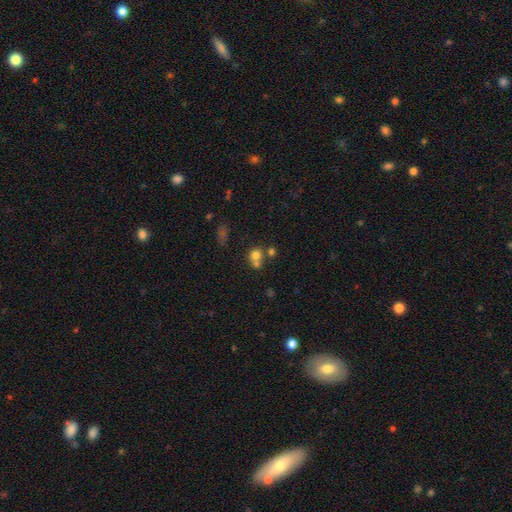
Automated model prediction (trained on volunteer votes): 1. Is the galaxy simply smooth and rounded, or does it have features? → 72% smooth, 15% star or artifact, 13% featured or disk.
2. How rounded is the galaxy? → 83% round, 16% in between, 1% cigar-shaped.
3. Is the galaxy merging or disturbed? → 46% merger, 44% none, 7% minor disturbance, 4% major disturbance.